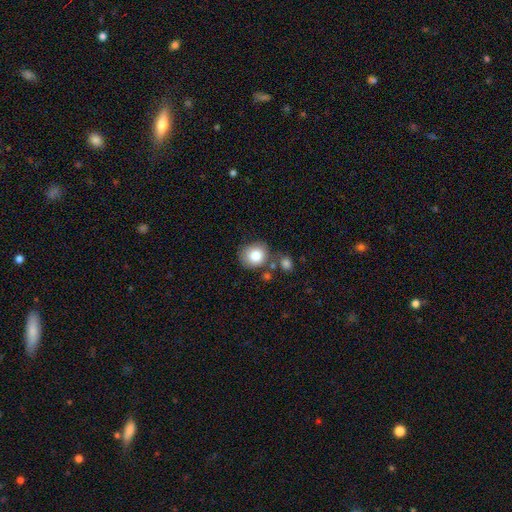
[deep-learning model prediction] Morphology: type=smooth (82%); roundness=round (77%); merging=none (66%).